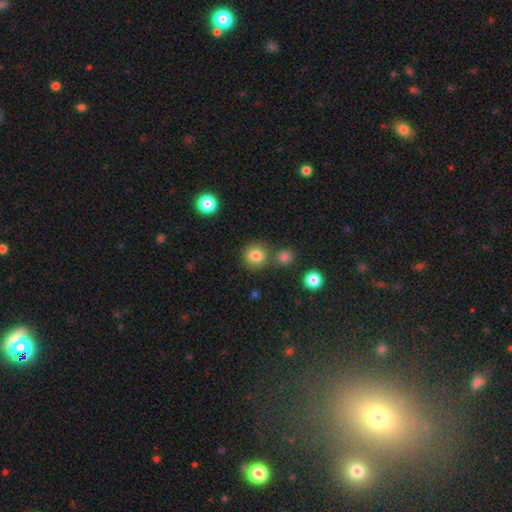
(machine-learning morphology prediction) Smooth or featured: smooth — 82% (star or artifact — 12%)
How rounded: round — 87% (in between — 12%)
Merging: none — 74% (merger — 14%)